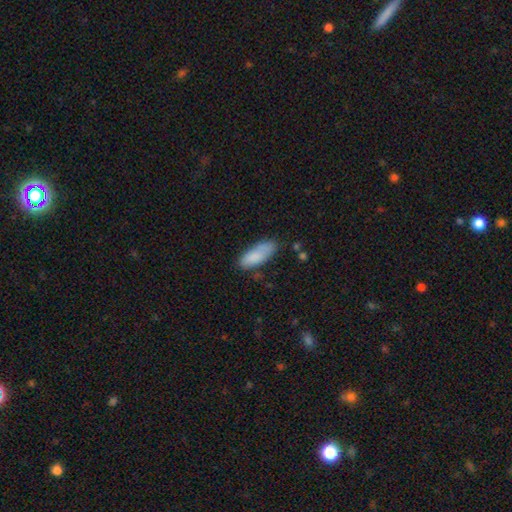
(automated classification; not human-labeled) This is clearly a smooth galaxy (84%). How rounded: likely in between (74%). Merging: likely none (65%).